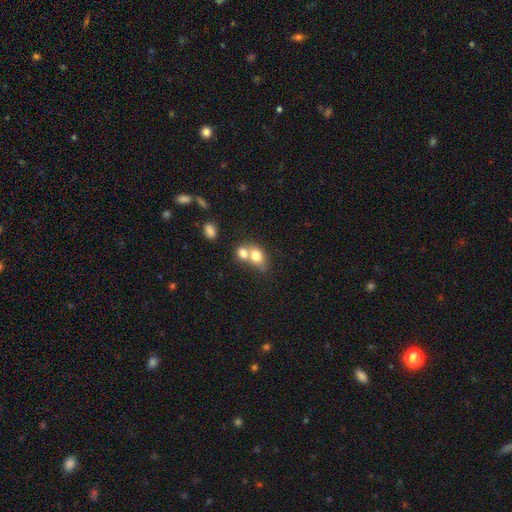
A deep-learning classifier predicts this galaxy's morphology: smooth_or_featured: smooth (p=0.75) [alt: featured or disk p=0.17]
how_rounded: in between (p=0.59) [alt: round p=0.40]
merging: merger (p=0.65) [alt: none p=0.24]